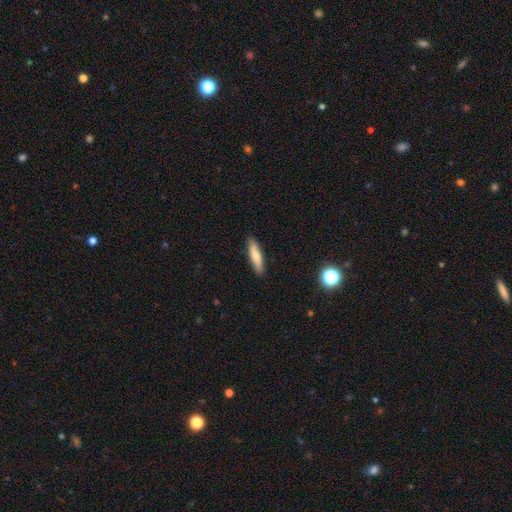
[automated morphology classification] A smooth galaxy with no disk features (74%) that is cigar-shaped (79%).

Vote fractions:
- Smooth or featured? smooth: 74% / featured or disk: 19% / star or artifact: 6%
- How rounded? cigar-shaped: 79% / in between: 19% / round: 2%
- Merging? none: 89% / minor disturbance: 8% / major disturbance: 2% / merger: 1%